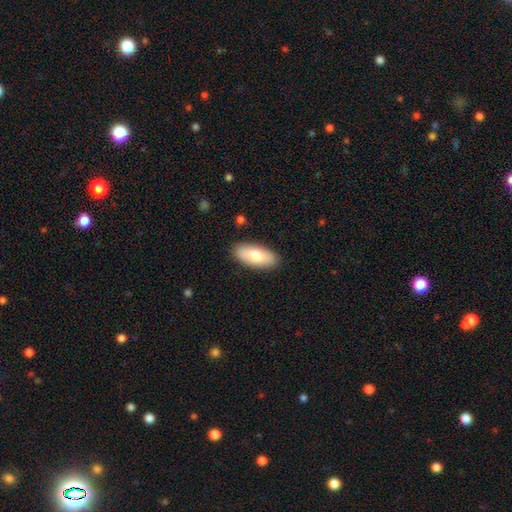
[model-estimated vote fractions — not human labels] Q: Smooth or featured?
A: smooth (76%); runner-up: featured or disk (18%)
Q: How rounded?
A: in between (87%); runner-up: cigar-shaped (11%)
Q: Merging?
A: none (88%); runner-up: minor disturbance (9%)